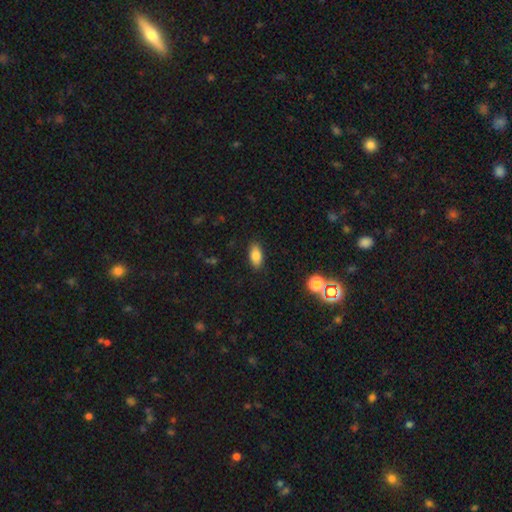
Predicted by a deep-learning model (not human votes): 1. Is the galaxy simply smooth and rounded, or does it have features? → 82% smooth, 9% featured or disk, 9% star or artifact.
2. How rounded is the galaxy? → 90% in between, 5% cigar-shaped, 5% round.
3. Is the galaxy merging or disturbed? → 88% none, 9% minor disturbance, 2% major disturbance, 1% merger.